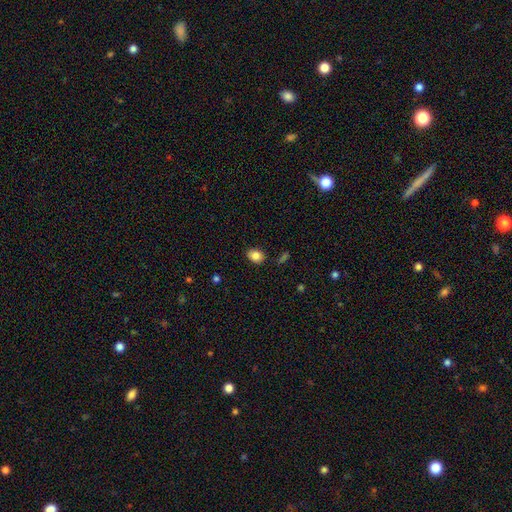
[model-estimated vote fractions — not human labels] Q: Smooth or featured?
A: smooth (83%); runner-up: star or artifact (9%)
Q: How rounded?
A: in between (64%); runner-up: round (35%)
Q: Merging?
A: none (86%); runner-up: minor disturbance (10%)